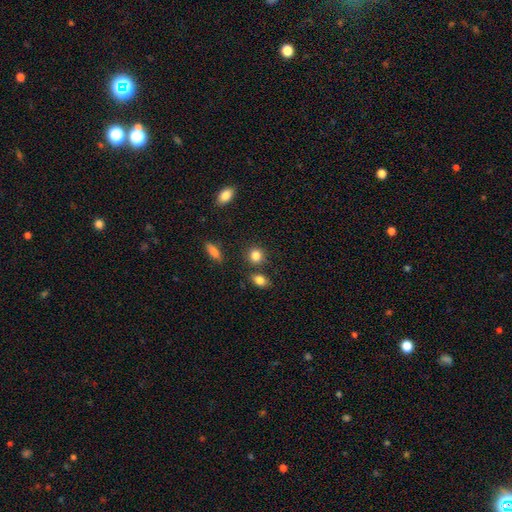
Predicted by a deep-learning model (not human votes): smooth_or_featured: smooth (p=0.84) [alt: star or artifact p=0.10]
how_rounded: round (p=0.79) [alt: in between p=0.20]
merging: none (p=0.78) [alt: merger p=0.10]